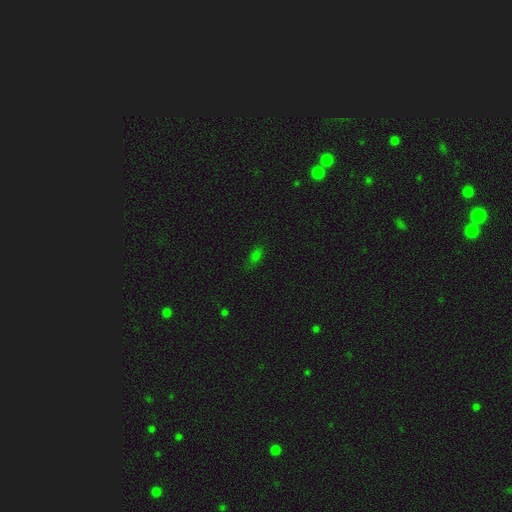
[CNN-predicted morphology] type=smooth (70%); roundness=in between (80%); merging=none (73%).